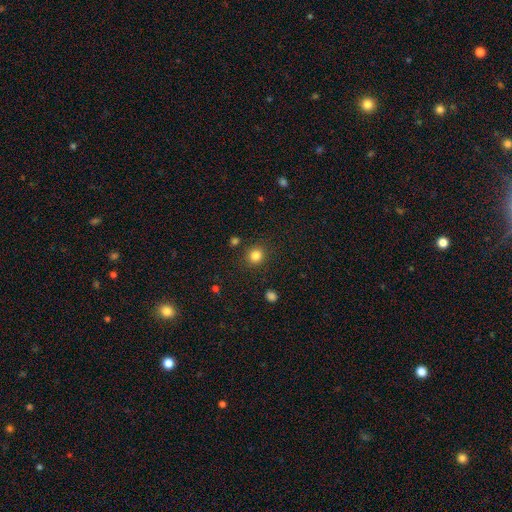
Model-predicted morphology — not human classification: smooth-or-featured: smooth: 83% | star or artifact: 13% | featured or disk: 5%
  how-rounded: round: 88% | in between: 11% | cigar-shaped: 1%
  merging: none: 88% | minor disturbance: 7% | major disturbance: 3% | merger: 2%